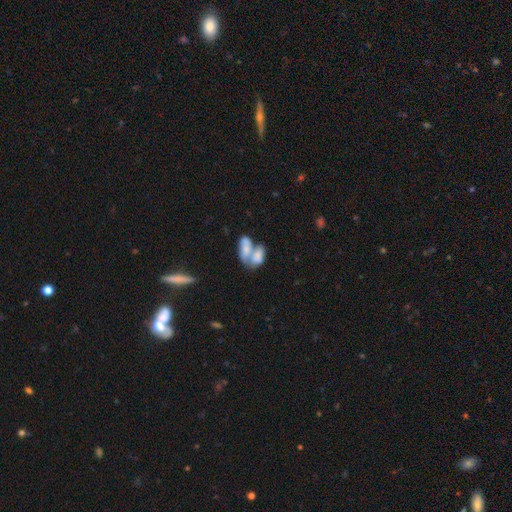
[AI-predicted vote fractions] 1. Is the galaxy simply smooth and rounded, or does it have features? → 63% smooth, 28% featured or disk, 8% star or artifact.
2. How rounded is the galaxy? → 90% in between, 6% round, 3% cigar-shaped.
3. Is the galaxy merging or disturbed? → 76% merger, 12% none, 6% minor disturbance, 6% major disturbance.